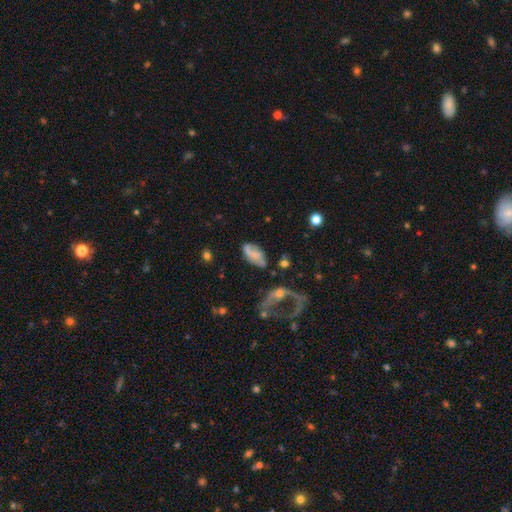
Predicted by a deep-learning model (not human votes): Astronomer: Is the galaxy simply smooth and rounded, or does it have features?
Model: smooth — 51% (runner-up: featured or disk, 38%).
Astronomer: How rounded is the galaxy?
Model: in between — 90%.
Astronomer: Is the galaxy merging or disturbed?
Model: none — 49% (runner-up: minor disturbance, 27%).